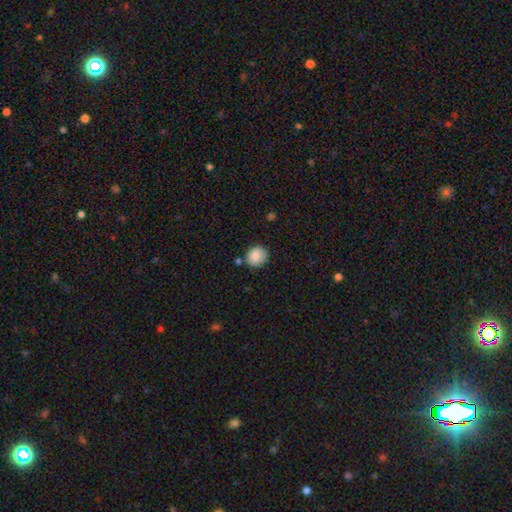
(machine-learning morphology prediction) A smooth galaxy with no disk features (87%) that is round (73%). Merging: none (73%).